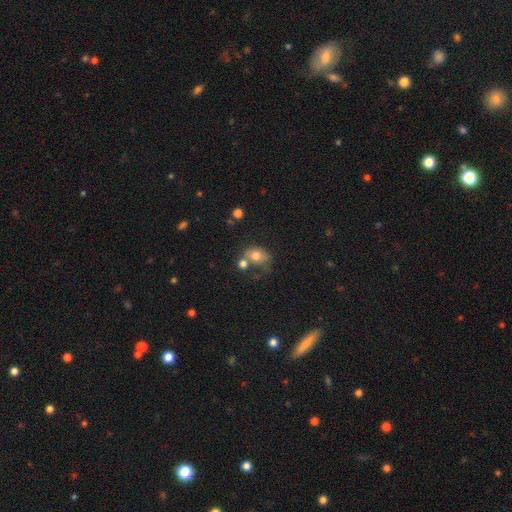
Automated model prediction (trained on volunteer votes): Smooth or featured? Predicted: smooth (p=0.72). How rounded? Predicted: in between (p=0.56). Merging? Predicted: merger (p=0.35).